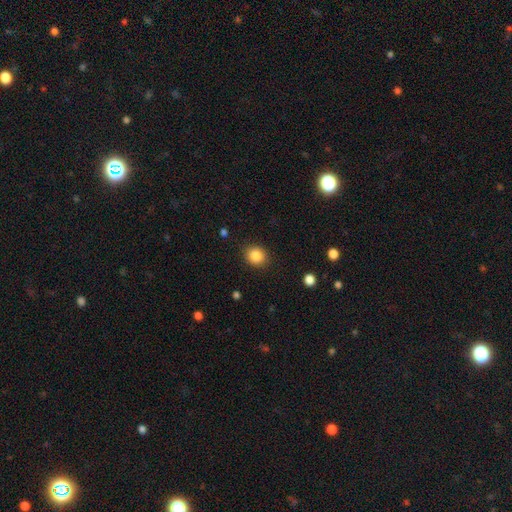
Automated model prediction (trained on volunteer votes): Overall: smooth (86%). How rounded: round (77%). Merging: none (89%).